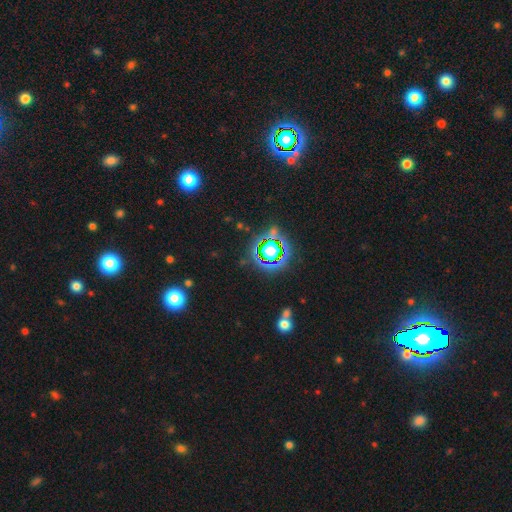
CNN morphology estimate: The model was most divided on "smooth or featured": star or artifact: 81%, smooth: 12%, featured or disk: 7%.